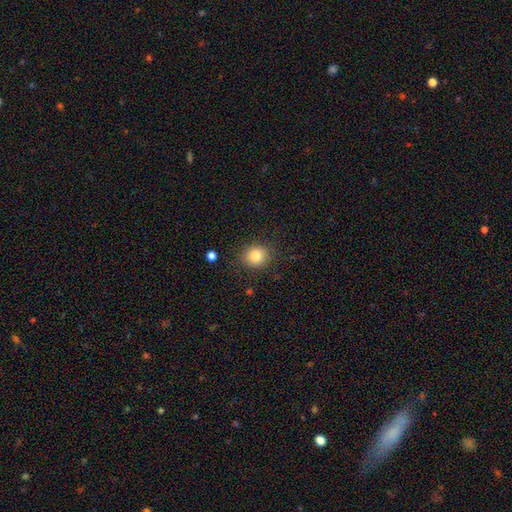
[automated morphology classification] This appears to be a smooth galaxy with no disk features (83%) that is round (83%). Merging: none (87%).